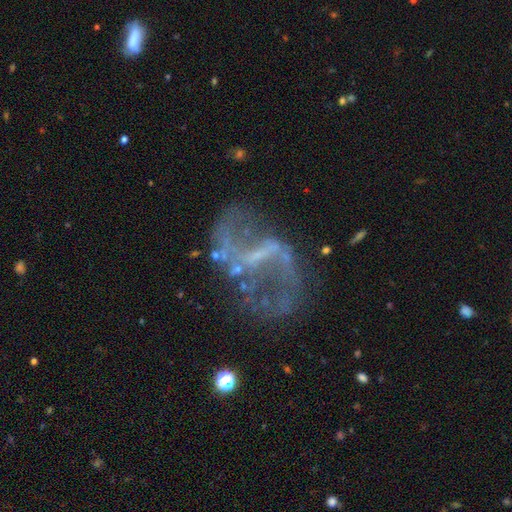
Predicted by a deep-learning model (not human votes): Overall: featured or disk (82%). Edge-on disk: no (97%). Bar: weak (41%; strong 40%). Spiral arms: yes (76%). Spiral arm count: 2 (82%). Spiral winding: loose (73%). Bulge size: none (53%; small 36%). Merging: none (56%; major disturbance 22%).